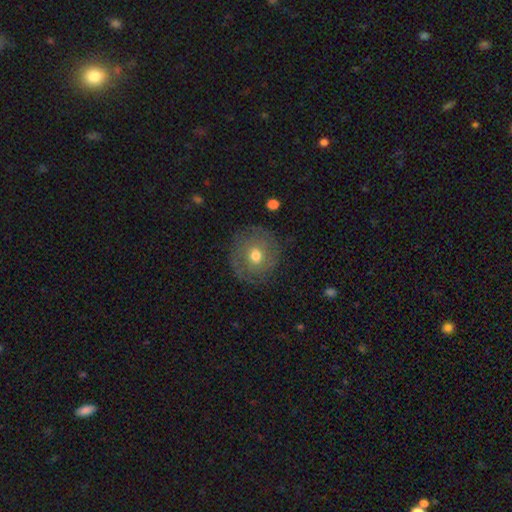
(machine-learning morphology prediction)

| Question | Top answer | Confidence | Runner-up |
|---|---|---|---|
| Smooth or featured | smooth | 49% | featured or disk (41%) |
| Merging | none | 81% | minor disturbance (12%) |